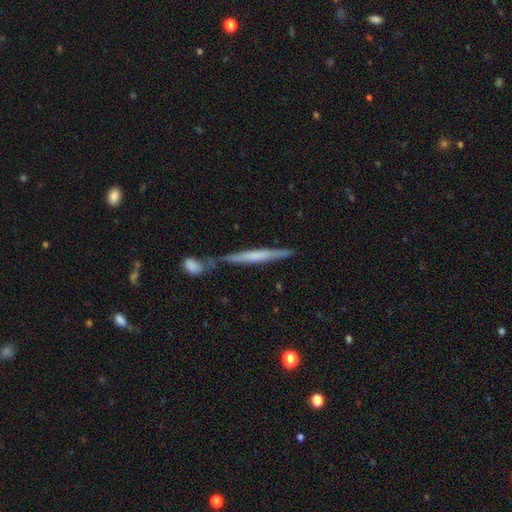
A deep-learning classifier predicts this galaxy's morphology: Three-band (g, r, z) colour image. It shows a featured or disk galaxy (48%). Merging: none (58%).